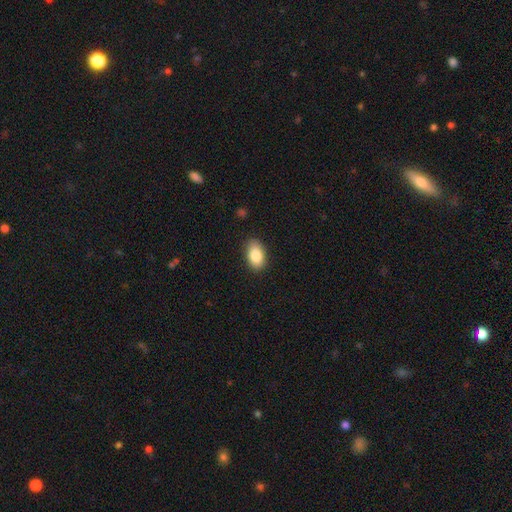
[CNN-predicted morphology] Smooth or featured: smooth — 86% (star or artifact — 7%)
How rounded: in between — 91% (round — 7%)
Merging: none — 86% (minor disturbance — 11%)